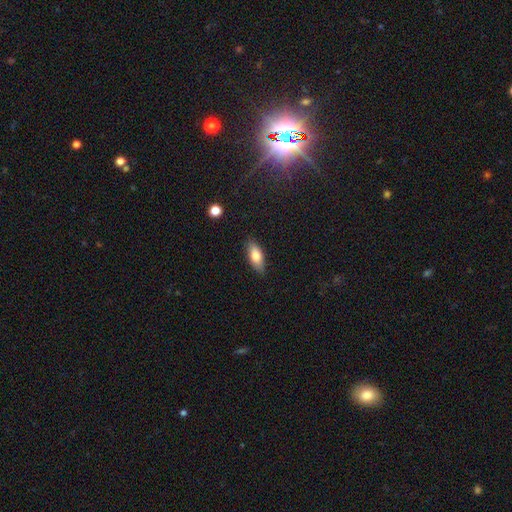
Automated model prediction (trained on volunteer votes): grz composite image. It shows a smooth galaxy with no disk features (77%) that is in between round and cigar-shaped (78%). Merging: none (86%).